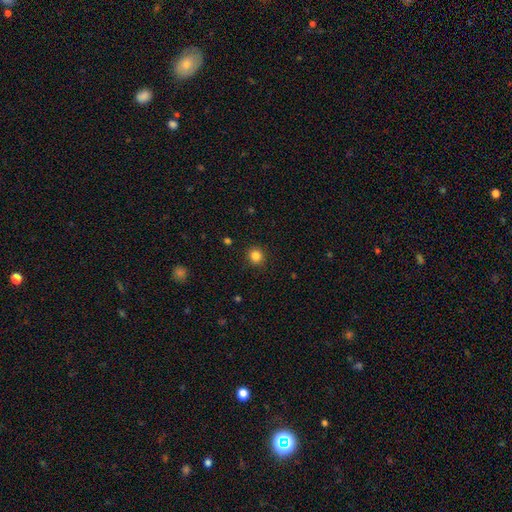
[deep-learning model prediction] This is clearly a smooth galaxy (84%). How rounded: clearly round (91%). Merging: clearly none (91%).